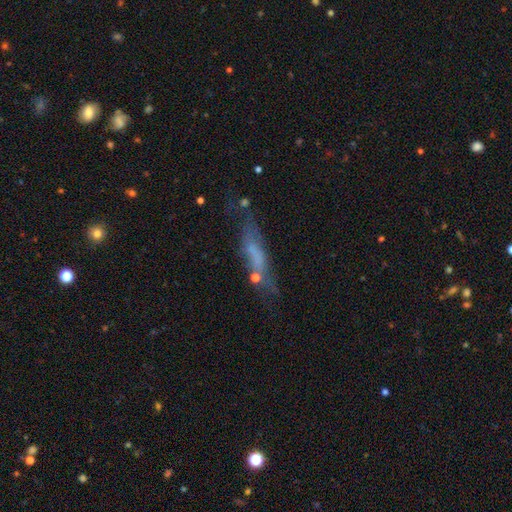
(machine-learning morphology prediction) type=smooth (44%); merging=none (53%).